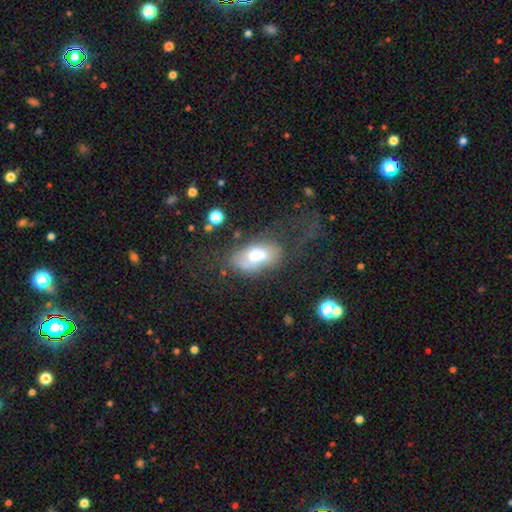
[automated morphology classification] Smooth or featured: smooth — 59% (featured or disk — 31%)
How rounded: in between — 89% (round — 8%)
Merging: none — 34% (major disturbance — 30%)